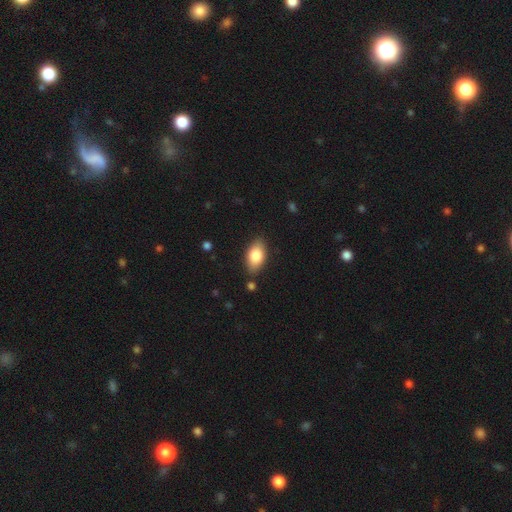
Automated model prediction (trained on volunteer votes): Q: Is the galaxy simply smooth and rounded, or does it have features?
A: smooth — 81%.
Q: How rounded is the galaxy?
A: in between — 92%.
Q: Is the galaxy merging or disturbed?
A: none — 83%.